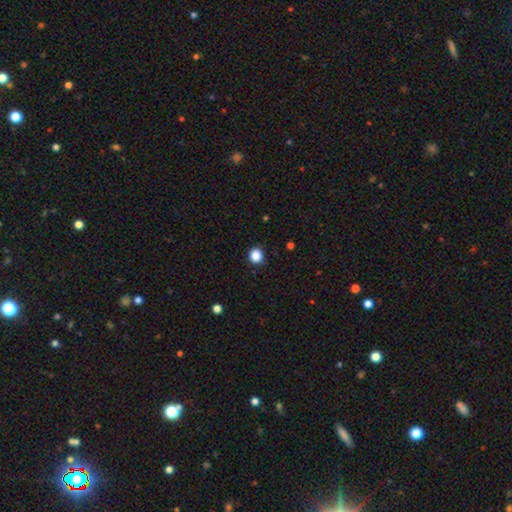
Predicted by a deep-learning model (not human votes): A smooth galaxy with no disk features (87%) that is round (86%).

Vote fractions:
- Smooth or featured? smooth: 87% / star or artifact: 10% / featured or disk: 2%
- How rounded? round: 86% / in between: 13% / cigar-shaped: 1%
- Merging? none: 90% / minor disturbance: 7% / major disturbance: 2% / merger: 1%